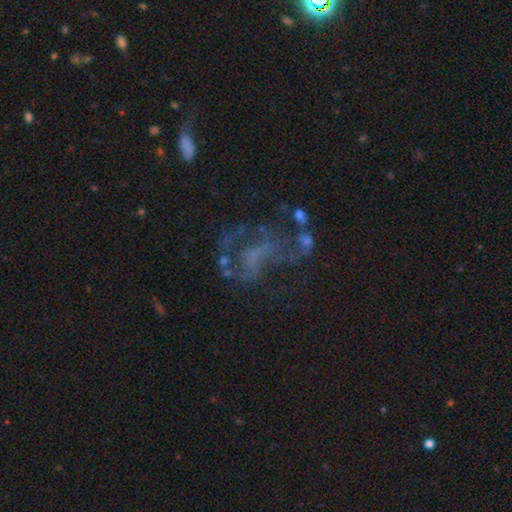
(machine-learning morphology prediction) Smooth or featured? Predicted: featured or disk (p=0.62). Edge-on disk? Predicted: no (p=0.97). Bar? Predicted: no (p=0.64). Spiral arms? Predicted: yes (p=0.50, tied with no). Bulge size? Predicted: none (p=0.68). Merging? Predicted: none (p=0.38).